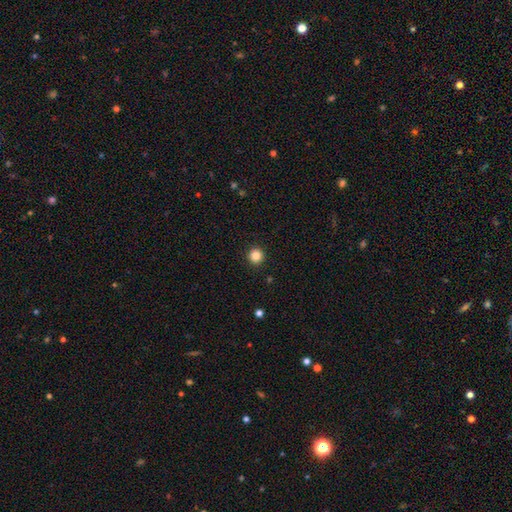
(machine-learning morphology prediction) Overall: smooth (85%). How rounded: round (96%). Merging: none (93%).